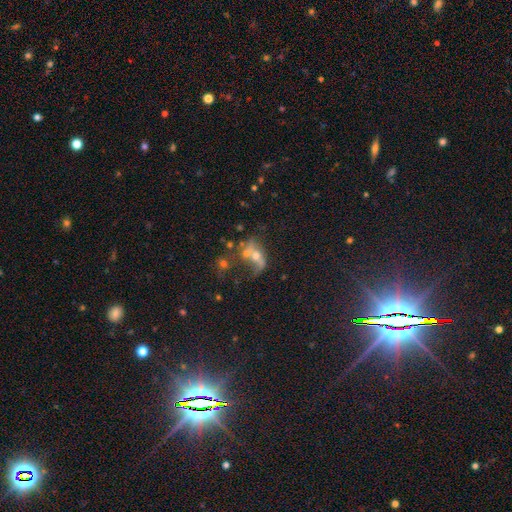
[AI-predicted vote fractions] Smooth or featured? featured or disk (48%)
Merging? merger (42%)